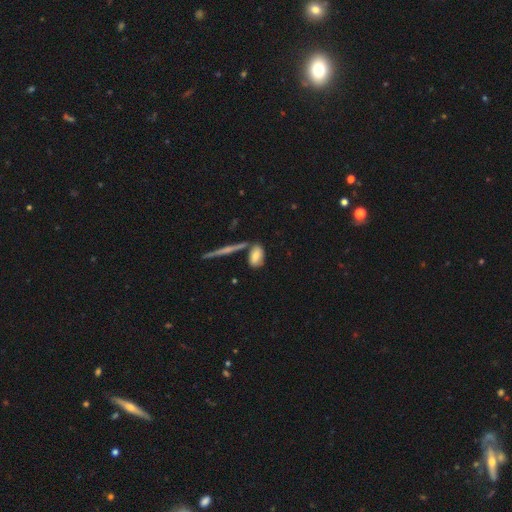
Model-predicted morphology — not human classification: Smooth or featured?
  - smooth: 73% *
  - featured or disk: 19%
  - star or artifact: 8%
How rounded?
  - in between: 84% *
  - cigar-shaped: 10%
  - round: 7%
Merging?
  - none: 58% *
  - minor disturbance: 19%
  - merger: 17%
  - major disturbance: 5%